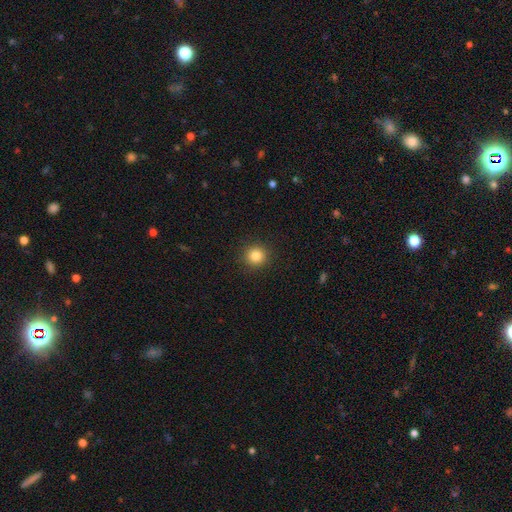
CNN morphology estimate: Smooth or featured? smooth (84%)
How rounded? round (94%)
Merging? none (92%)